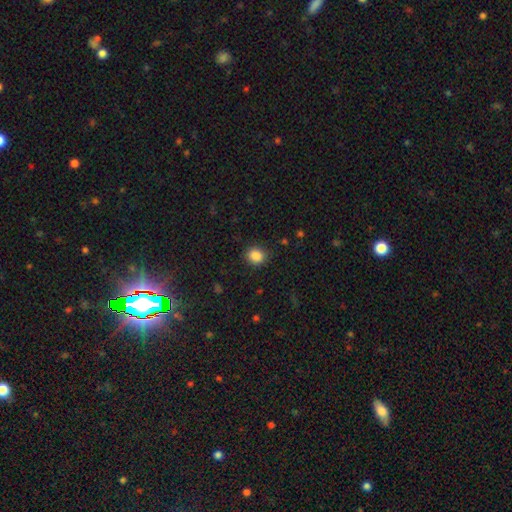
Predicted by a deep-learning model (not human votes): Overall: smooth (87%). How rounded: round (68%; in between 31%). Merging: none (86%).